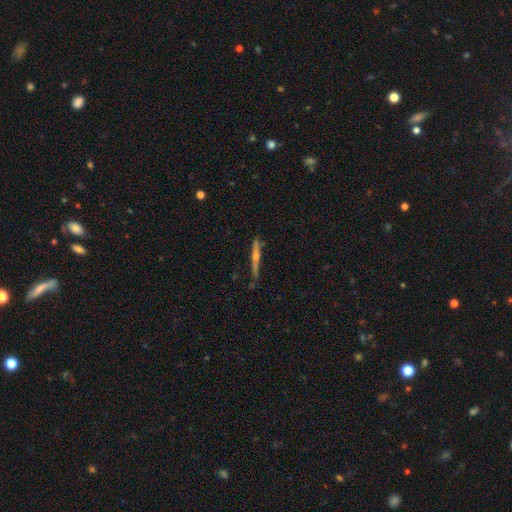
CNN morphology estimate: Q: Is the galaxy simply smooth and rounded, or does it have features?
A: featured or disk — 55%.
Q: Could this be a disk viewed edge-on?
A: yes — 88%.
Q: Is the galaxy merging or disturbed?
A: none — 79%.